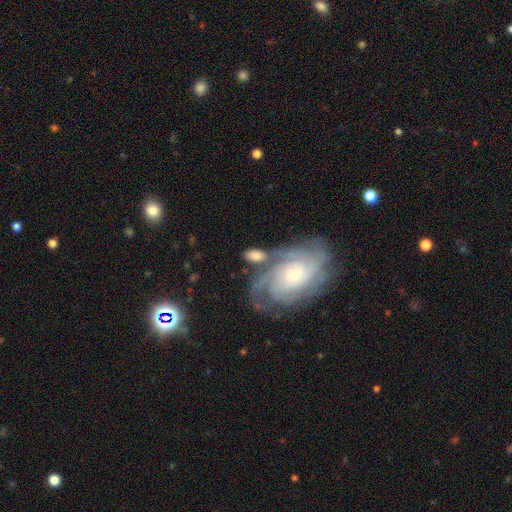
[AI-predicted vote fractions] A featured or disk galaxy (50%). Merging: none (54%).